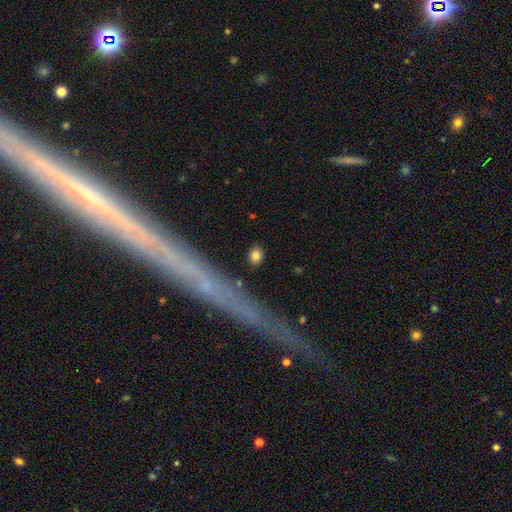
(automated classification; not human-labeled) Q: Smooth or featured?
A: smooth (81%); runner-up: featured or disk (10%)
Q: How rounded?
A: in between (54%); runner-up: round (43%)
Q: Merging?
A: none (87%); runner-up: minor disturbance (8%)